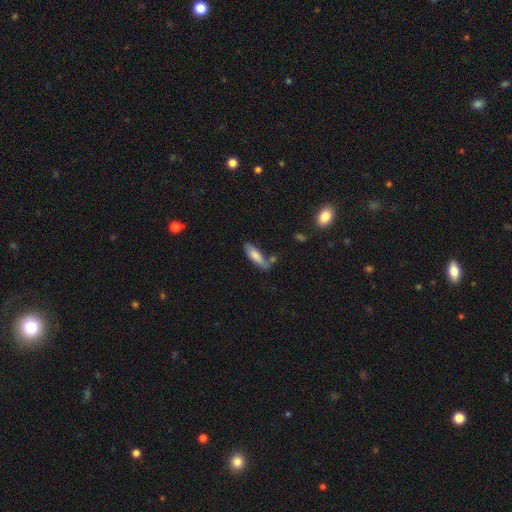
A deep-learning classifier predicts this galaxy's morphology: Overall: smooth (75%). How rounded: cigar-shaped (50%; in between 48%). Merging: none (56%; minor disturbance 23%).